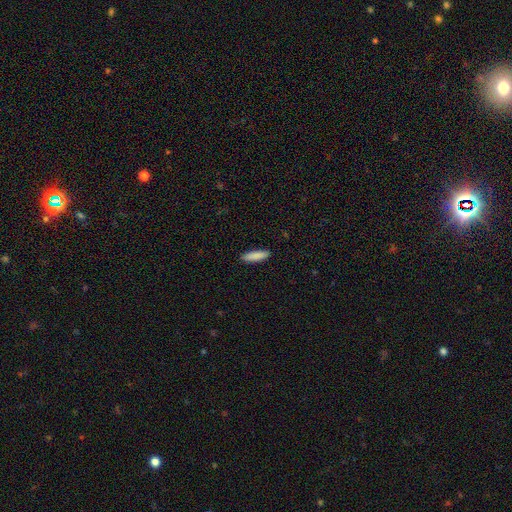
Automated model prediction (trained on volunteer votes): Smooth or featured?
  - smooth: 88% *
  - featured or disk: 6%
  - star or artifact: 6%
How rounded?
  - cigar-shaped: 67% *
  - in between: 31%
  - round: 1%
Merging?
  - none: 90% *
  - minor disturbance: 7%
  - major disturbance: 2%
  - merger: 1%